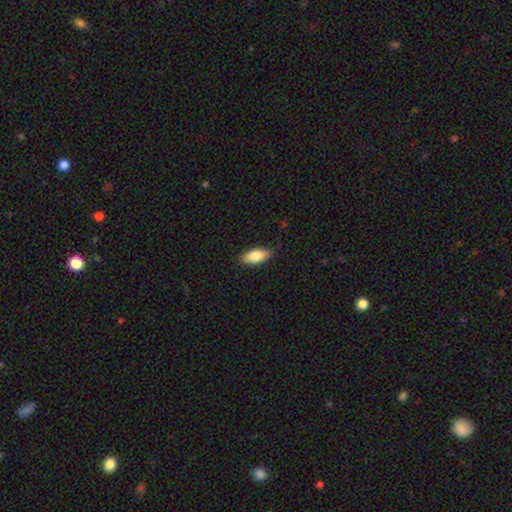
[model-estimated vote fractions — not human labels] Smooth or featured? Predicted: smooth (p=0.79). How rounded? Predicted: in between (p=0.82). Merging? Predicted: none (p=0.88).